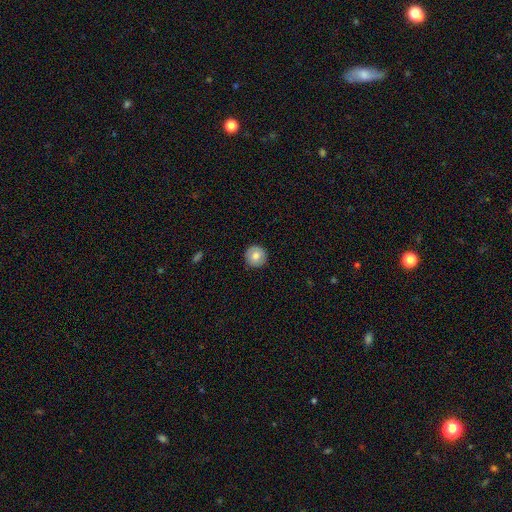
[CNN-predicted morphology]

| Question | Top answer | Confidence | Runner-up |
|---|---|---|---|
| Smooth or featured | smooth | 77% | featured or disk (15%) |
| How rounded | round | 95% | in between (4%) |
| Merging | none | 91% | minor disturbance (7%) |